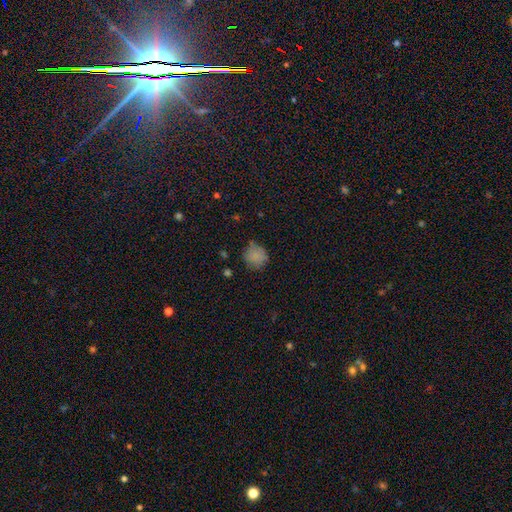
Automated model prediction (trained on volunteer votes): Q: Smooth or featured?
A: smooth (80%); runner-up: star or artifact (12%)
Q: How rounded?
A: round (83%); runner-up: in between (16%)
Q: Merging?
A: none (66%); runner-up: minor disturbance (25%)